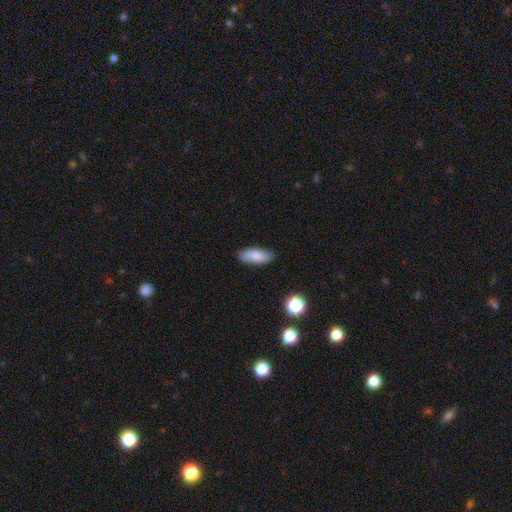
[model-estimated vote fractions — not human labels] Smooth or featured? smooth (78%)
How rounded? in between (81%)
Merging? none (82%)